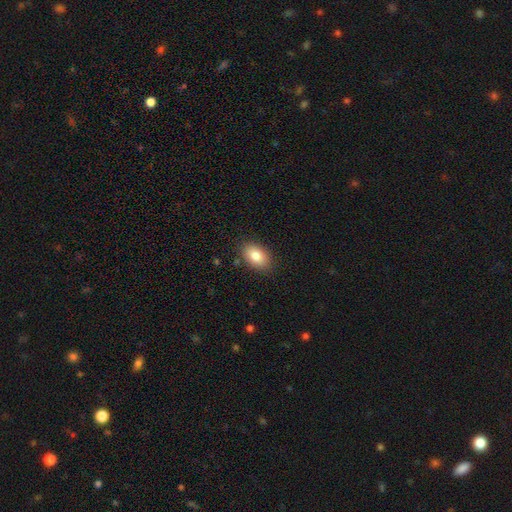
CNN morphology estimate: smooth 84%, featured or disk 8%, star or artifact 8%. Down the decision tree: how rounded — in between (88%); merging — none (86%).